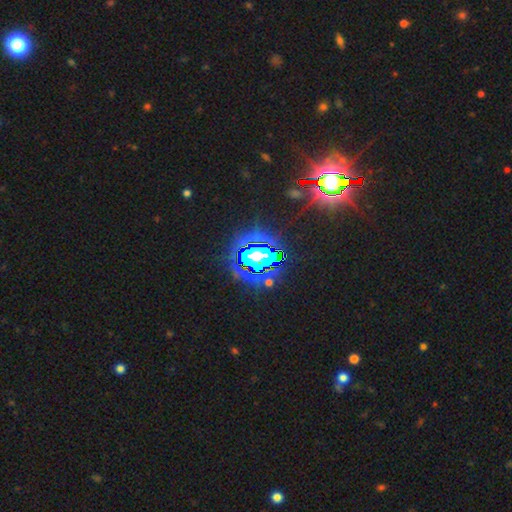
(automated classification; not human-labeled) smooth-or-featured: star or artifact: 70% | smooth: 16% | featured or disk: 14%